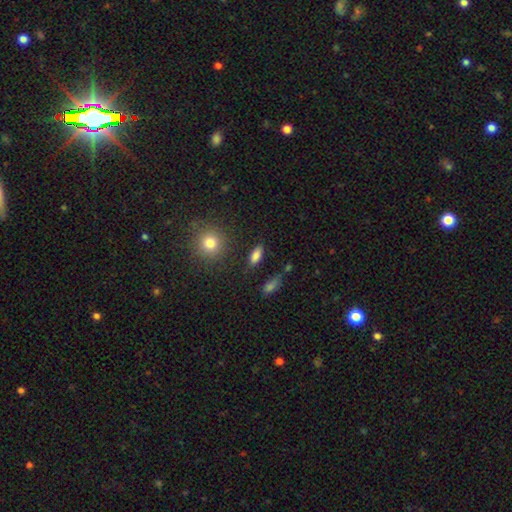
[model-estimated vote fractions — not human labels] smooth-or-featured: smooth: 82% | star or artifact: 9% | featured or disk: 8%
  how-rounded: in between: 75% | cigar-shaped: 20% | round: 5%
  merging: none: 82% | minor disturbance: 11% | merger: 3% | major disturbance: 3%